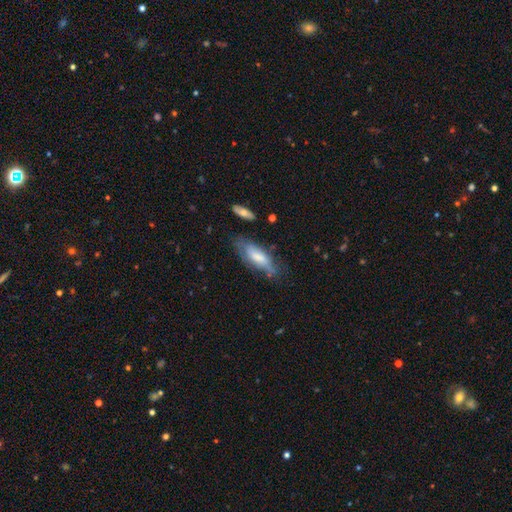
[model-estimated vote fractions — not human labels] smooth-or-featured: smooth: 52% | featured or disk: 39% | star or artifact: 8%
  how-rounded: in between: 62% | cigar-shaped: 36% | round: 2%
  merging: none: 63% | minor disturbance: 25% | major disturbance: 9% | merger: 3%